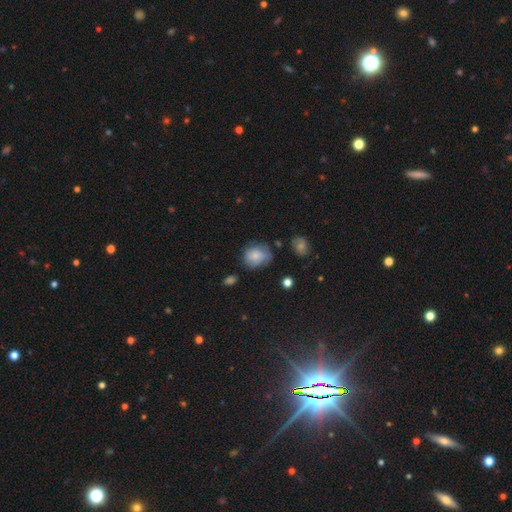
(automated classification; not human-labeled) Q: Smooth or featured?
A: smooth (59%); runner-up: featured or disk (31%)
Q: How rounded?
A: round (62%); runner-up: in between (37%)
Q: Merging?
A: none (54%); runner-up: minor disturbance (30%)